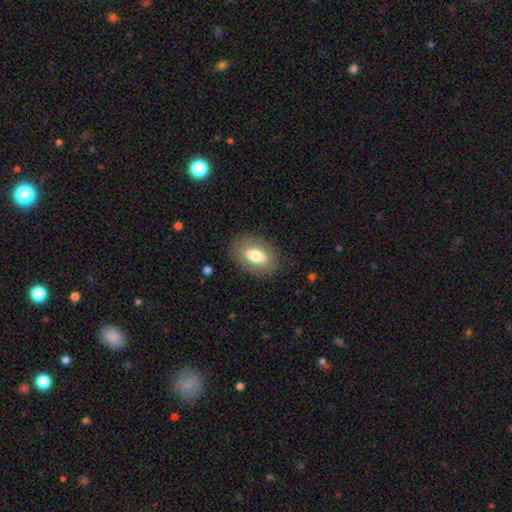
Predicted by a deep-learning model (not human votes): smooth_or_featured: smooth (p=0.70) [alt: featured or disk p=0.22]
how_rounded: in between (p=0.86) [alt: round p=0.13]
merging: none (p=0.84) [alt: minor disturbance p=0.11]